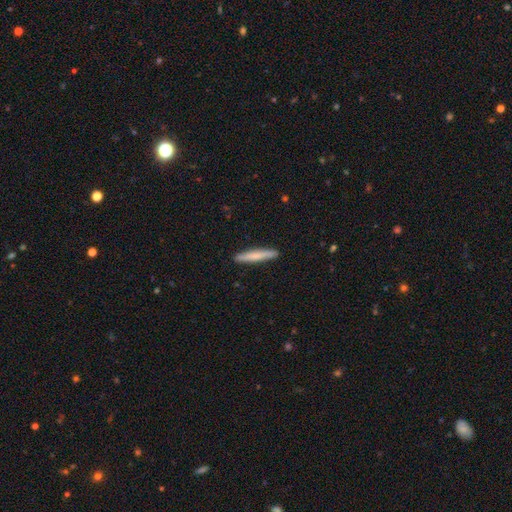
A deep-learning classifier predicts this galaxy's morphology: smooth 71%, featured or disk 24%, star or artifact 5%. Down the decision tree: how rounded — cigar-shaped (95%); merging — none (92%).